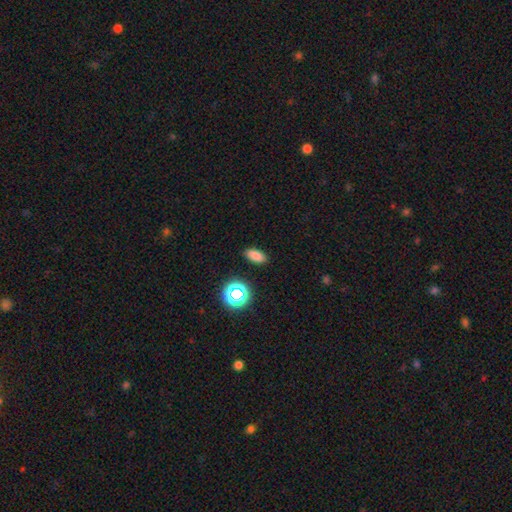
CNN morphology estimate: Smooth or featured? smooth (78%)
How rounded? in between (86%)
Merging? none (88%)